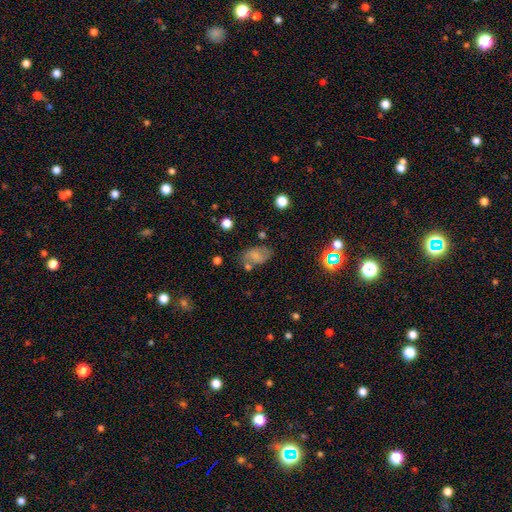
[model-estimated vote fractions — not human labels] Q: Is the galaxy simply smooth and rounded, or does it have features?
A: smooth — 57%.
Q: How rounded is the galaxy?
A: in between — 87%.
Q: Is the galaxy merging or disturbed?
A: none — 60%.